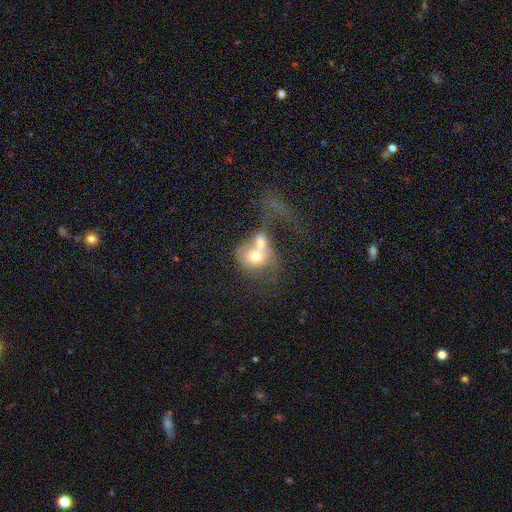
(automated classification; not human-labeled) The model was most divided on "how rounded": round: 54%, in between: 44%, cigar-shaped: 2%. More confident: merging — merger (74%); smooth or featured — smooth (55%).